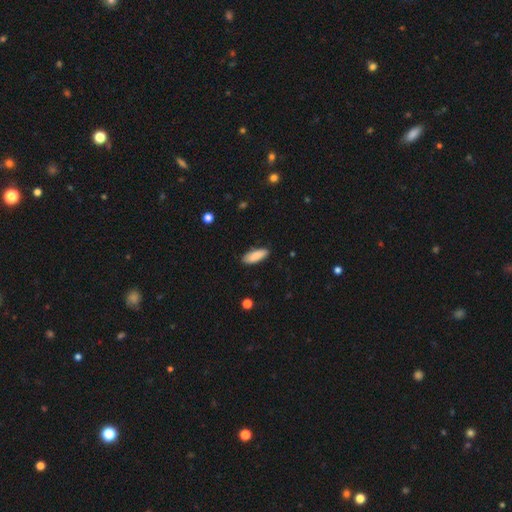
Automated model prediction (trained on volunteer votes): A smooth galaxy with no disk features (88%) that is in between round and cigar-shaped (65%).

Vote fractions:
- Smooth or featured? smooth: 88% / featured or disk: 6% / star or artifact: 6%
- How rounded? in between: 65% / cigar-shaped: 34% / round: 2%
- Merging? none: 86% / minor disturbance: 10% / major disturbance: 2% / merger: 1%